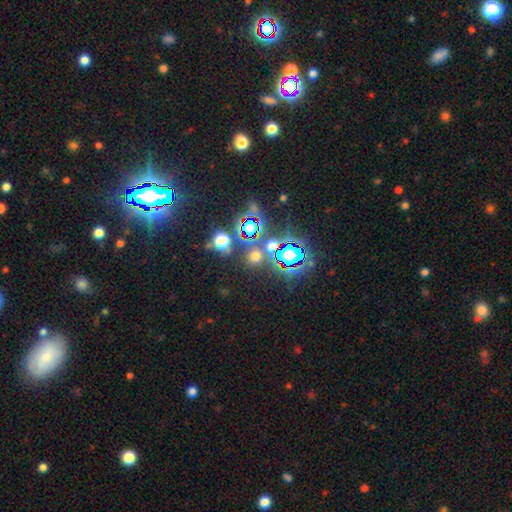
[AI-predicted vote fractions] Morphology: type=star or artifact (49%).